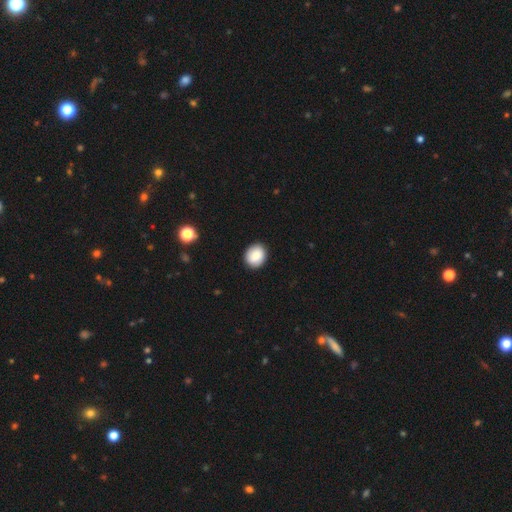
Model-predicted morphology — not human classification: This is clearly a smooth galaxy (86%). How rounded: likely round (63%). Merging: clearly none (89%).